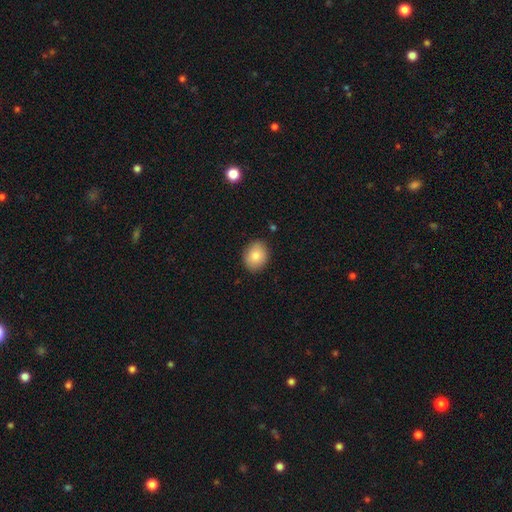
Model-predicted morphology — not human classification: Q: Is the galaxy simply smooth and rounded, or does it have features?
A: smooth — 85%.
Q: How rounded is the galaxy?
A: round — 51%.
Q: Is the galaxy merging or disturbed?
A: none — 87%.